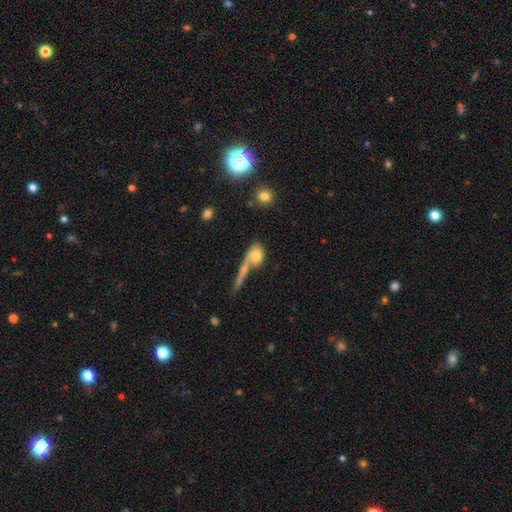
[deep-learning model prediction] A smooth galaxy with no disk features (67%) that is in between round and cigar-shaped (51%).

Vote fractions:
- Smooth or featured? smooth: 67% / featured or disk: 24% / star or artifact: 9%
- How rounded? in between: 51% / round: 38% / cigar-shaped: 11%
- Merging? merger: 41% / none: 36% / major disturbance: 12% / minor disturbance: 11%